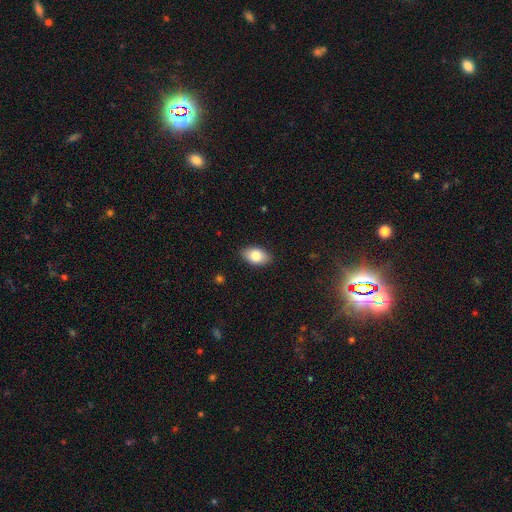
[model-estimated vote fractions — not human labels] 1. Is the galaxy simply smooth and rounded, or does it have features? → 83% smooth, 10% featured or disk, 7% star or artifact.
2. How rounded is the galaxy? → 91% in between, 7% round, 2% cigar-shaped.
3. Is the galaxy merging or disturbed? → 87% none, 10% minor disturbance, 2% major disturbance, 1% merger.